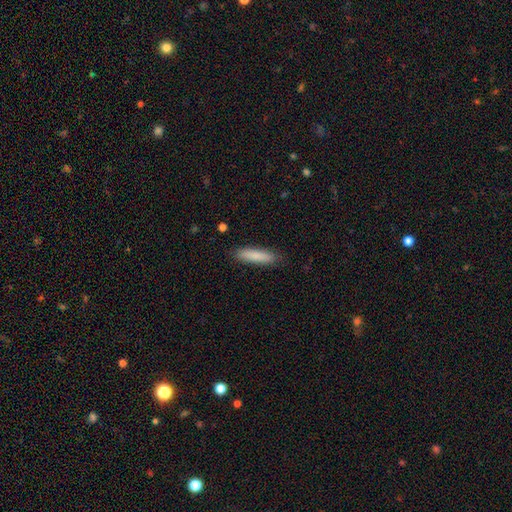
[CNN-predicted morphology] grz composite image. It shows a smooth galaxy with no disk features (85%) that is cigar-shaped (78%). Merging: none (87%).